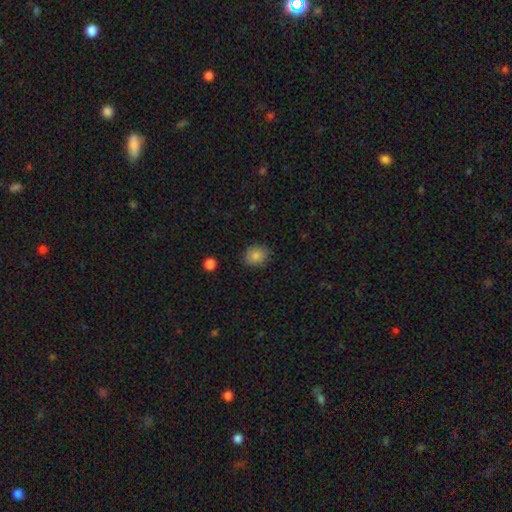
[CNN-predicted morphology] A smooth galaxy with no disk features (83%) that is round (58%). Merging: none (85%).